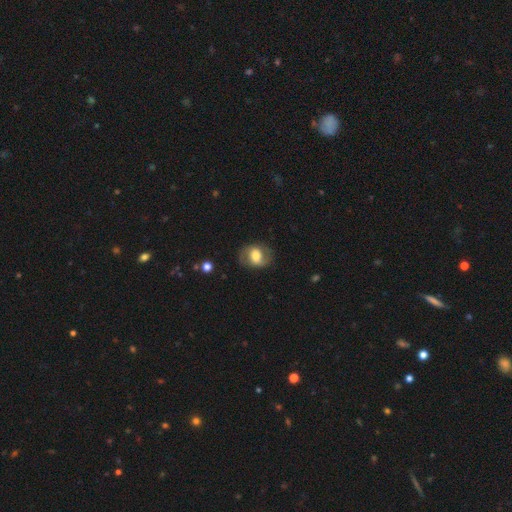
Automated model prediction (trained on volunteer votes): Smooth or featured? featured or disk (46%, tied with smooth)
Merging? none (76%)